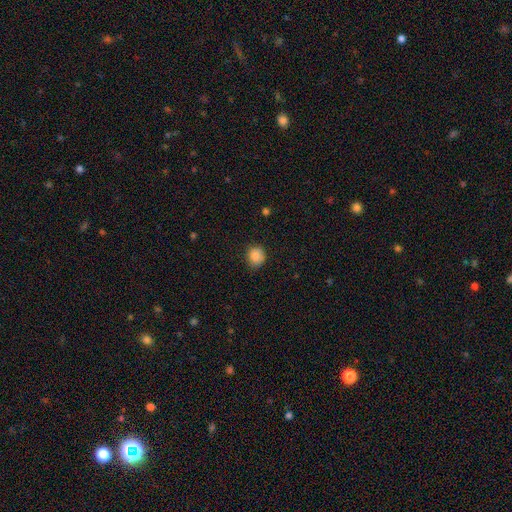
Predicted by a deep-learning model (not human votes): Smooth or featured? Predicted: smooth (p=0.87). How rounded? Predicted: round (p=0.79). Merging? Predicted: none (p=0.81).